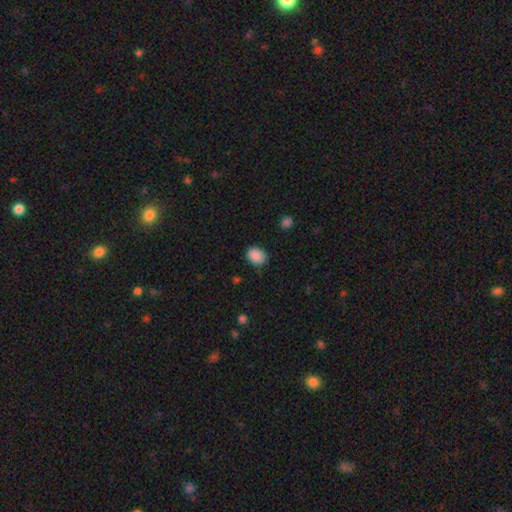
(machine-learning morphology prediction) smooth-or-featured: smooth: 89% | star or artifact: 8% | featured or disk: 3%
  how-rounded: in between: 64% | round: 35% | cigar-shaped: 1%
  merging: none: 81% | minor disturbance: 15% | major disturbance: 3% | merger: 1%